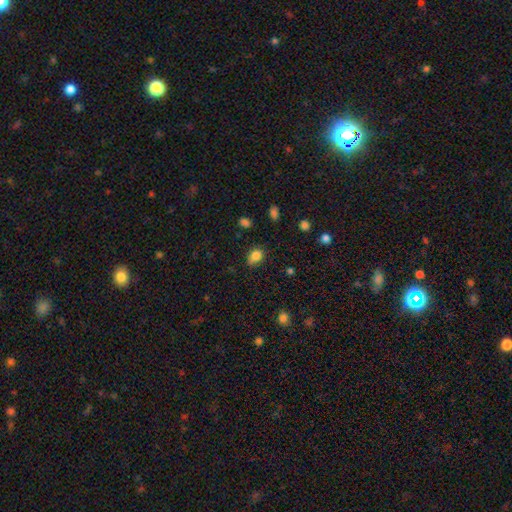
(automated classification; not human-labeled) Smooth or featured? Predicted: smooth (p=0.83). How rounded? Predicted: in between (p=0.57). Merging? Predicted: none (p=0.63).